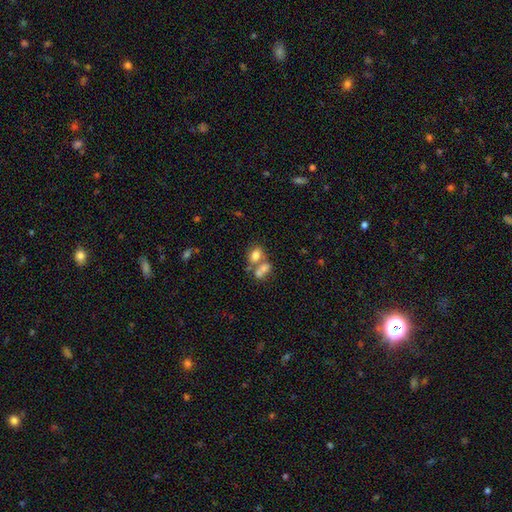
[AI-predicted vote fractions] Smooth or featured? Predicted: smooth (p=0.71). How rounded? Predicted: in between (p=0.76). Merging? Predicted: merger (p=0.55).